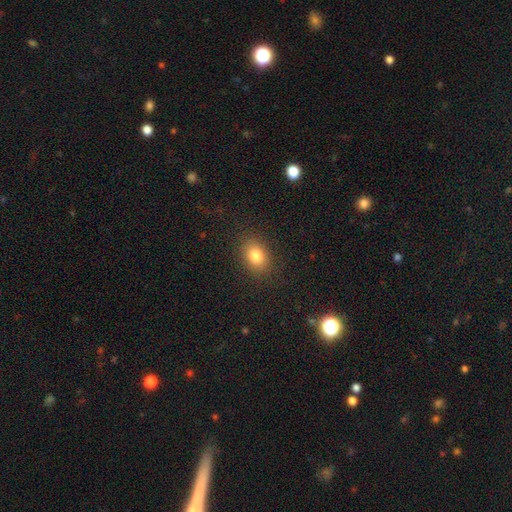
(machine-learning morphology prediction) A smooth galaxy with no disk features (82%) that is in between round and cigar-shaped (66%).

Vote fractions:
- Smooth or featured? smooth: 82% / star or artifact: 11% / featured or disk: 7%
- How rounded? in between: 66% / round: 33% / cigar-shaped: 1%
- Merging? none: 87% / minor disturbance: 9% / major disturbance: 3% / merger: 1%